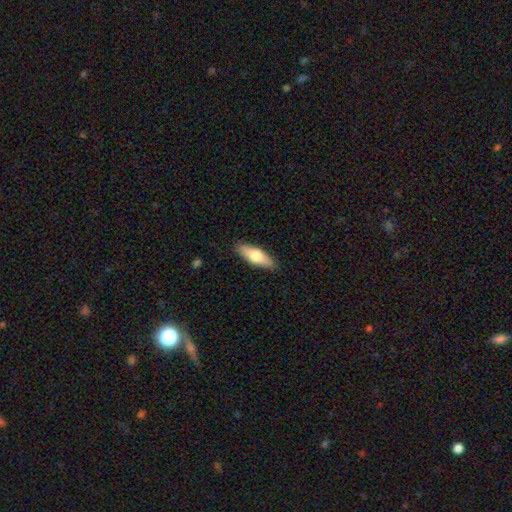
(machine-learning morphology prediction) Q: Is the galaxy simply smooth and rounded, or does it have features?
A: smooth — 63%.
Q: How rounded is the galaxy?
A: in between — 54%.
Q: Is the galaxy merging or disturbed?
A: none — 88%.